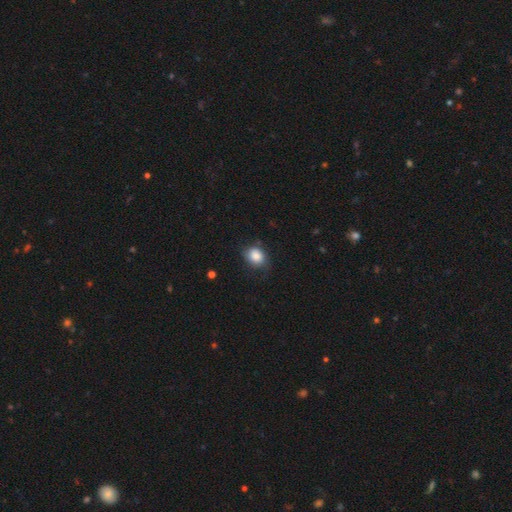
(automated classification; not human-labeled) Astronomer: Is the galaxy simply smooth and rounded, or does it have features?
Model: smooth — 84%.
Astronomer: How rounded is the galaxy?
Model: round — 51% (runner-up: in between, 48%).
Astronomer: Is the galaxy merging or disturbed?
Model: none — 67%.